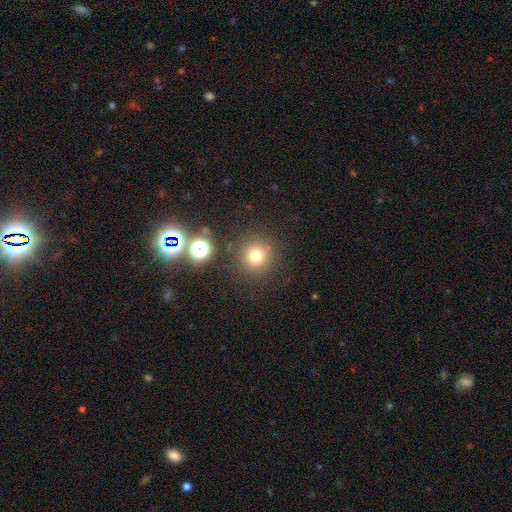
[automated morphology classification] Smooth or featured?
  - smooth: 74% *
  - star or artifact: 18%
  - featured or disk: 8%
How rounded?
  - round: 95% *
  - in between: 4%
  - cigar-shaped: 1%
Merging?
  - none: 86% *
  - minor disturbance: 7%
  - merger: 4%
  - major disturbance: 3%